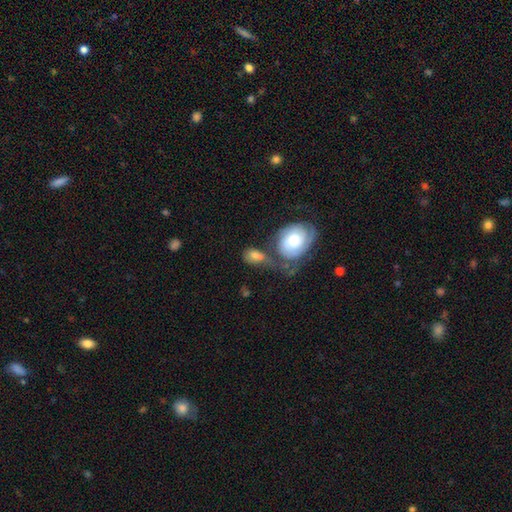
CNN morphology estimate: Smooth or featured: smooth — 60% (featured or disk — 31%)
How rounded: in between — 75% (round — 22%)
Merging: merger — 38% (none — 30%)